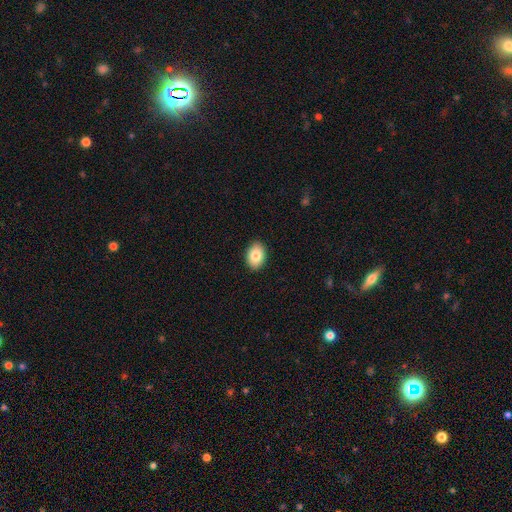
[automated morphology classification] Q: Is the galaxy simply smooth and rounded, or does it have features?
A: smooth — 84%.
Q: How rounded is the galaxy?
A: in between — 84%.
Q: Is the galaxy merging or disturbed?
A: none — 90%.